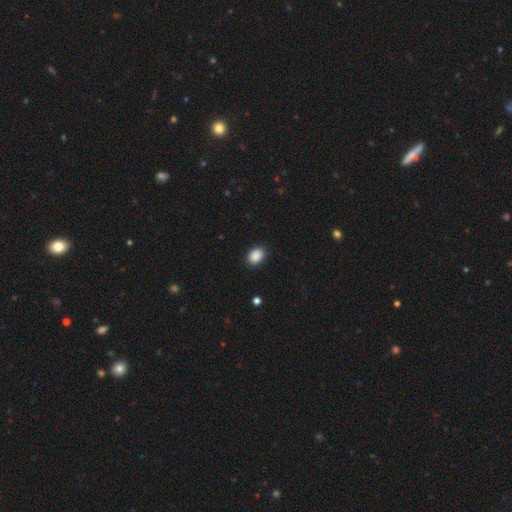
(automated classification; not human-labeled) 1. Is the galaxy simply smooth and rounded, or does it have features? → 89% smooth, 8% star or artifact, 3% featured or disk.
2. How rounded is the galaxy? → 71% in between, 28% round, 1% cigar-shaped.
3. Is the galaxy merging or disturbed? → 87% none, 9% minor disturbance, 2% major disturbance, 1% merger.